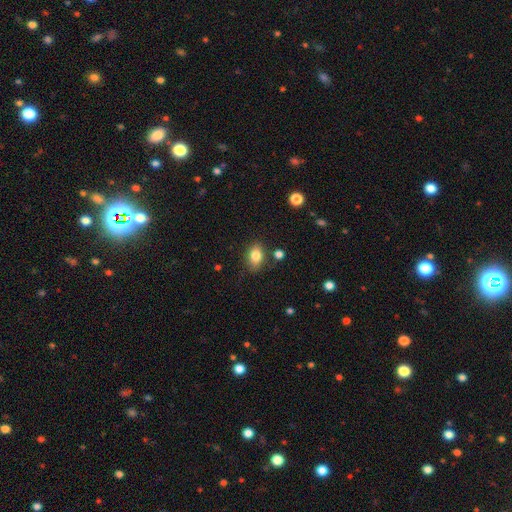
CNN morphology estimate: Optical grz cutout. It shows a smooth galaxy with no disk features (81%) that is in between round and cigar-shaped (80%). Merging: none (78%).